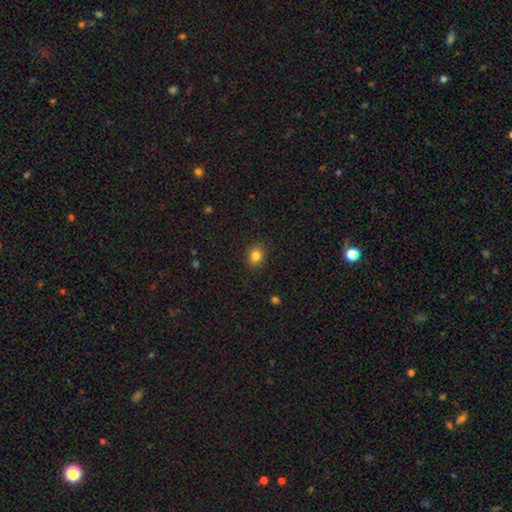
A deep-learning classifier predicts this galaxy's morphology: Smooth or featured? smooth (84%)
How rounded? round (66%)
Merging? none (90%)